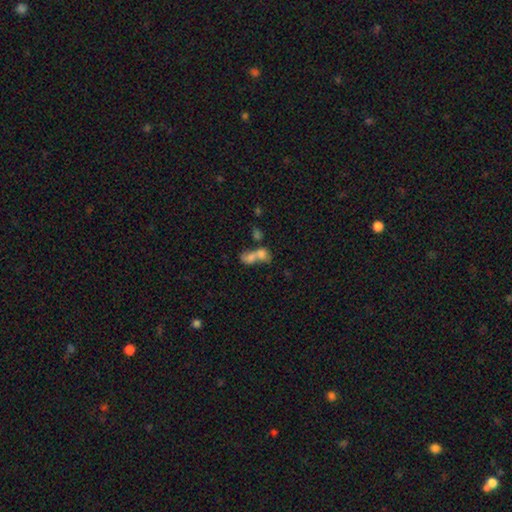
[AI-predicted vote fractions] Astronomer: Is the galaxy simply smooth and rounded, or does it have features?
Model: smooth — 67%.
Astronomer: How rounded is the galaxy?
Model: in between — 66%.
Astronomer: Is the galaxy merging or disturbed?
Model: merger — 73%.